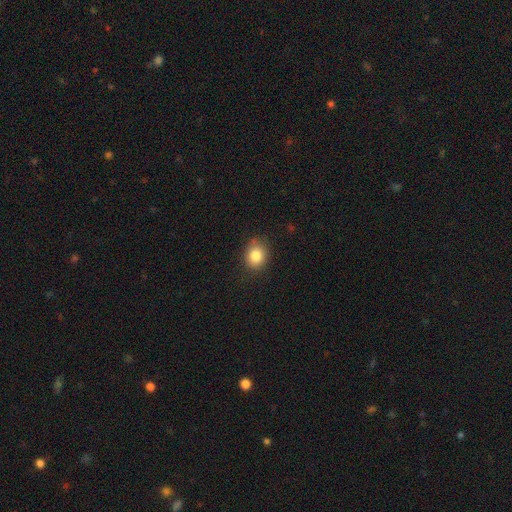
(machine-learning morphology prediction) This appears to be a smooth galaxy with no disk features (84%) that is round (61%). Merging: none (83%).